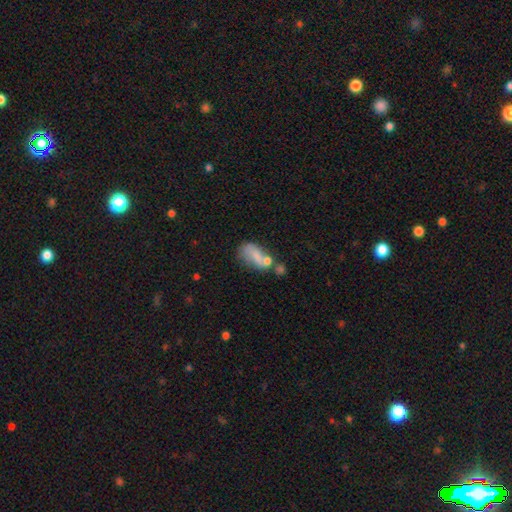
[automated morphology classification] Smooth or featured? smooth (63%)
How rounded? in between (84%)
Merging? merger (40%)